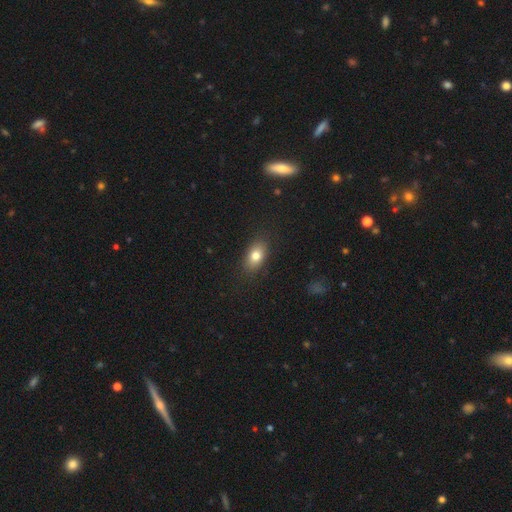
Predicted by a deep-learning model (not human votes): The model was most divided on "smooth or featured": smooth: 79%, featured or disk: 12%, star or artifact: 9%. More confident: merging — none (86%); how rounded — in between (86%).